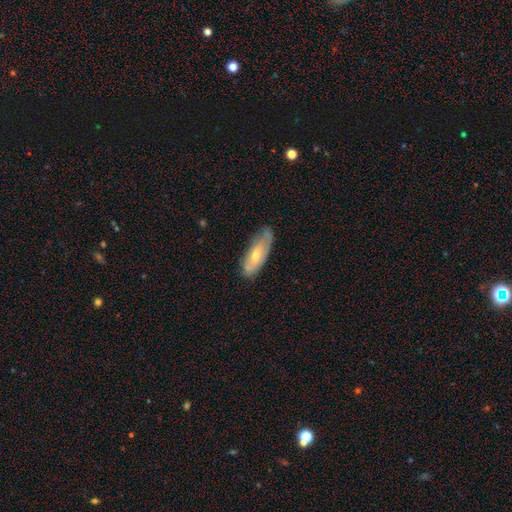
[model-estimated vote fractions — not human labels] smooth-or-featured: smooth: 48% | featured or disk: 45% | star or artifact: 7%
  merging: none: 63% | minor disturbance: 28% | major disturbance: 7% | merger: 2%